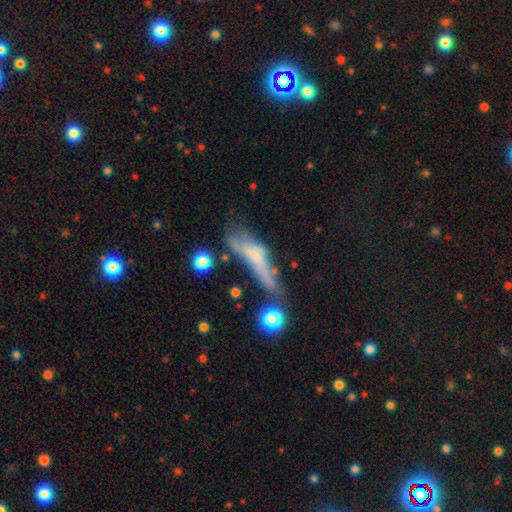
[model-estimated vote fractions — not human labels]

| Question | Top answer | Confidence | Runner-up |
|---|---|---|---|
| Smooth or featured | smooth | 48% | featured or disk (41%) |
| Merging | none | 39% | minor disturbance (25%) |